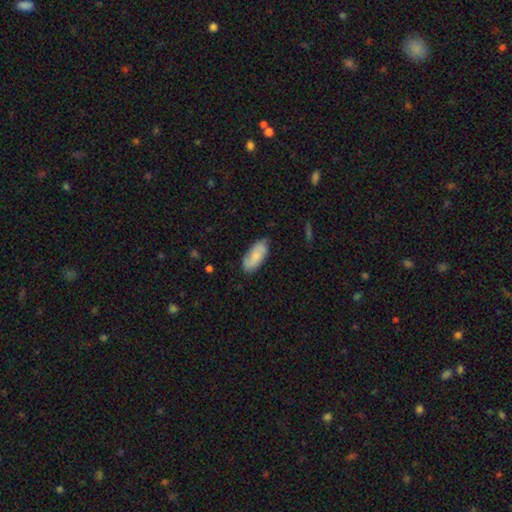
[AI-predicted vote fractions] smooth_or_featured: smooth (p=0.68) [alt: featured or disk p=0.25]
how_rounded: in between (p=0.87) [alt: cigar-shaped p=0.11]
merging: none (p=0.75) [alt: minor disturbance p=0.20]